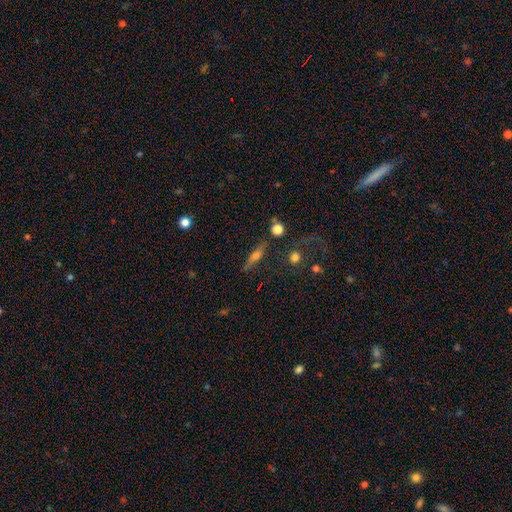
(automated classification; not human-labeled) smooth_or_featured: featured or disk (p=0.45) [alt: smooth p=0.42]
merging: none (p=0.73) [alt: minor disturbance p=0.14]